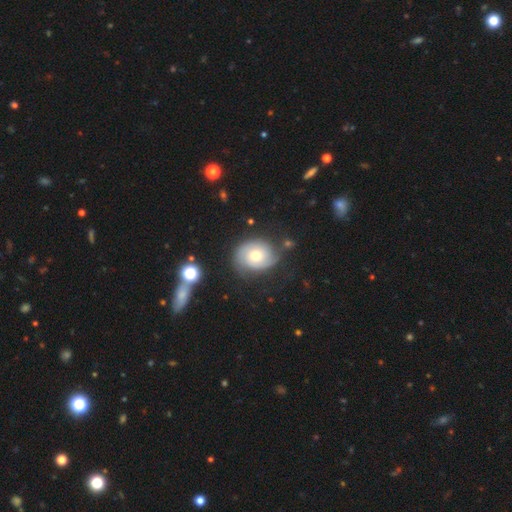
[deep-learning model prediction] Morphology: type=featured or disk (61%); edge-on=no (97%); bar=no (82%); spiral arms=yes (84%); bulge=moderate (71%); merging=none (68%).